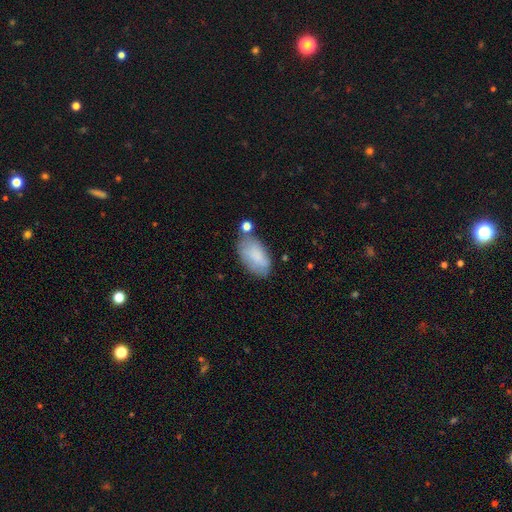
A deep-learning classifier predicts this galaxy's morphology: Smooth or featured? smooth (77%)
How rounded? in between (94%)
Merging? none (57%)